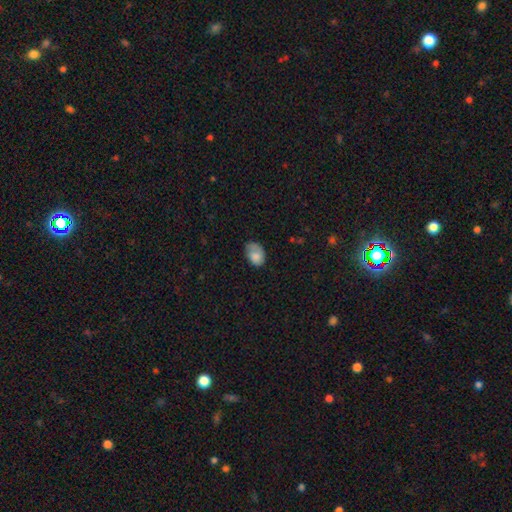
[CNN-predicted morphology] A smooth galaxy with no disk features (75%) that is in between round and cigar-shaped (80%).

Vote fractions:
- Smooth or featured? smooth: 75% / featured or disk: 17% / star or artifact: 8%
- How rounded? in between: 80% / round: 19% / cigar-shaped: 1%
- Merging? none: 44% / minor disturbance: 35% / major disturbance: 18% / merger: 3%